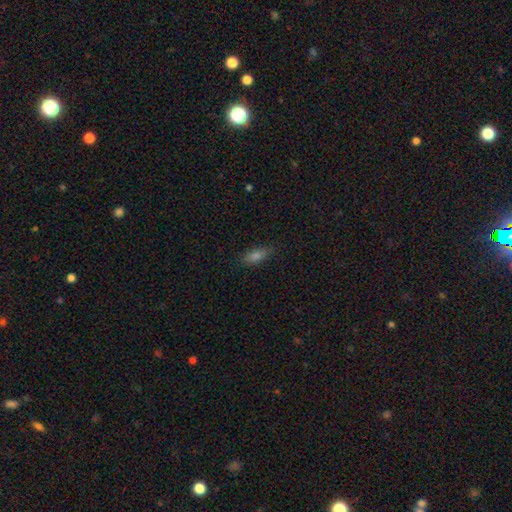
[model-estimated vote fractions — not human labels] This appears to be a smooth galaxy with no disk features (72%) that is in between round and cigar-shaped (67%). Merging: none (82%).